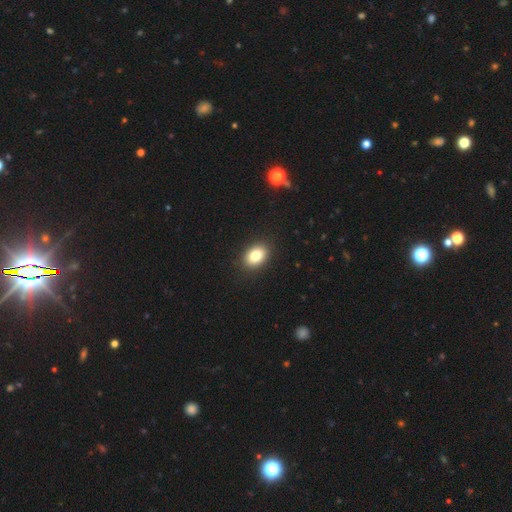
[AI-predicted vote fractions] Overall: smooth (83%). How rounded: in between (76%). Merging: none (90%).